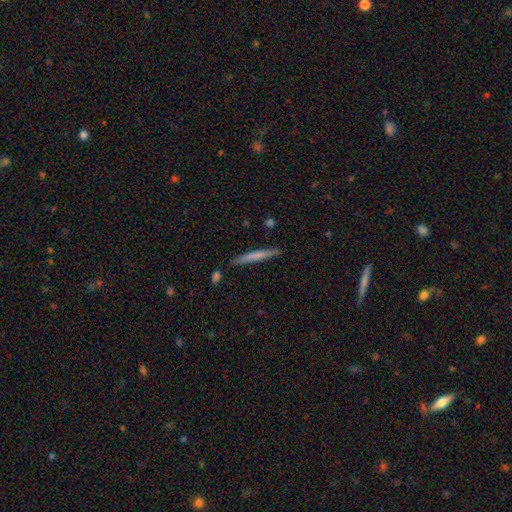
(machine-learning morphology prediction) Smooth or featured? smooth (62%)
How rounded? cigar-shaped (96%)
Merging? none (86%)